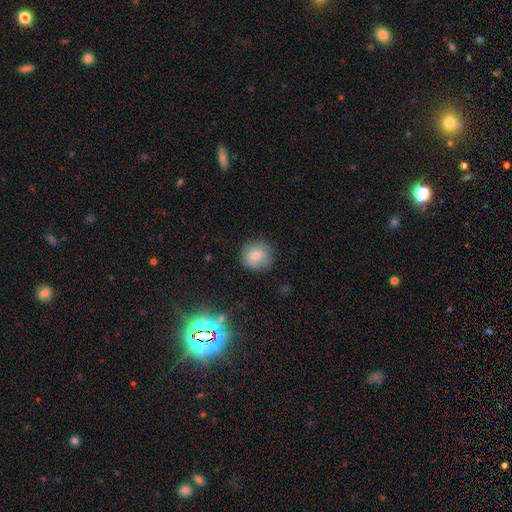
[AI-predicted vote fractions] smooth 71%, featured or disk 17%, star or artifact 12%. Down the decision tree: how rounded — round (89%); merging — none (79%).